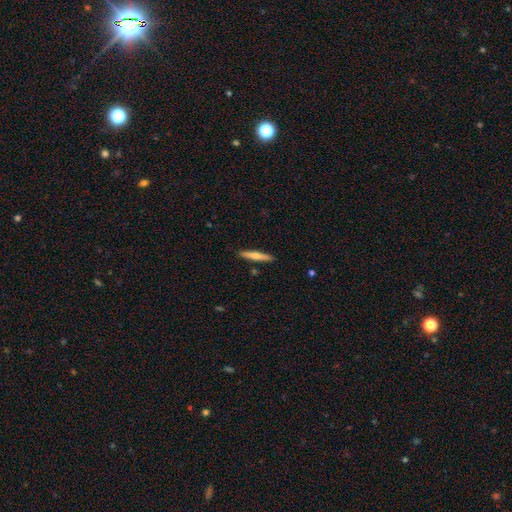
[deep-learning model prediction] This appears to be a smooth galaxy with no disk features (55%) that is cigar-shaped (92%). Merging: none (89%).